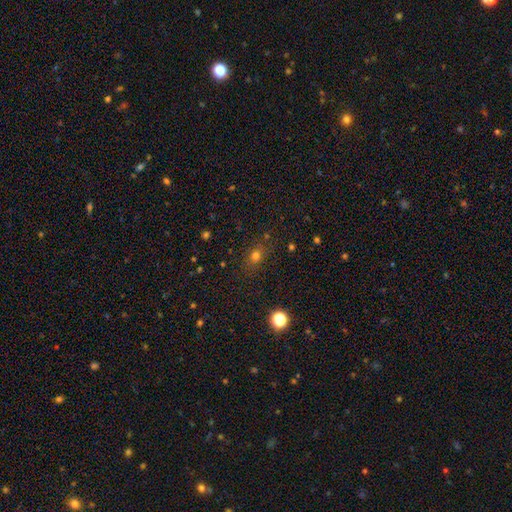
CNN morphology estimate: Smooth or featured: smooth — 70% (star or artifact — 21%)
How rounded: in between — 49% (tied with round — 49%)
Merging: none — 81% (minor disturbance — 13%)